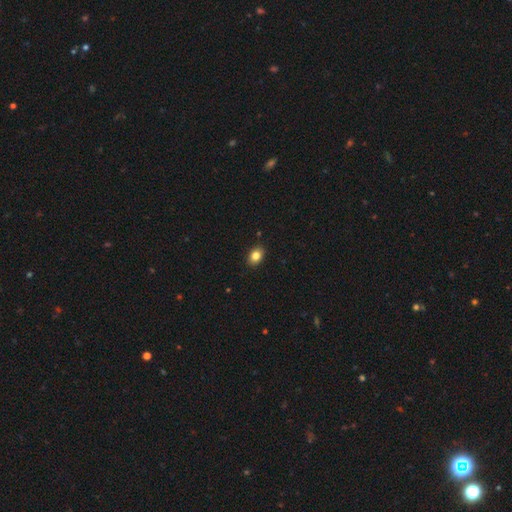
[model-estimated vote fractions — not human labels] smooth_or_featured: smooth (p=0.83) [alt: star or artifact p=0.10]
how_rounded: in between (p=0.72) [alt: round p=0.27]
merging: none (p=0.89) [alt: minor disturbance p=0.08]